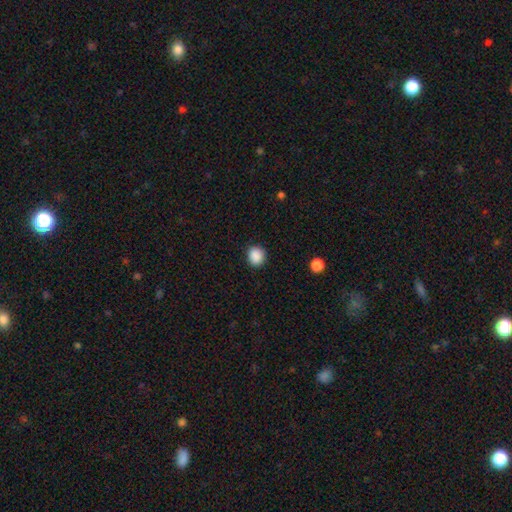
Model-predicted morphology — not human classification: This appears to be a smooth galaxy with no disk features (89%) that is round (80%). Merging: none (90%).